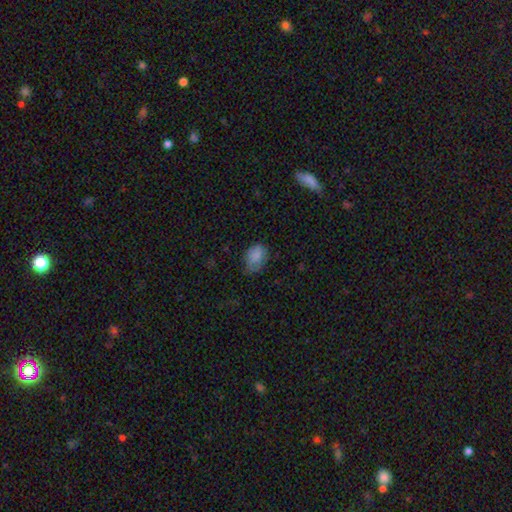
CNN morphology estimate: smooth 84%, star or artifact 9%, featured or disk 7%. Down the decision tree: how rounded — in between (75%); merging — none (61%).